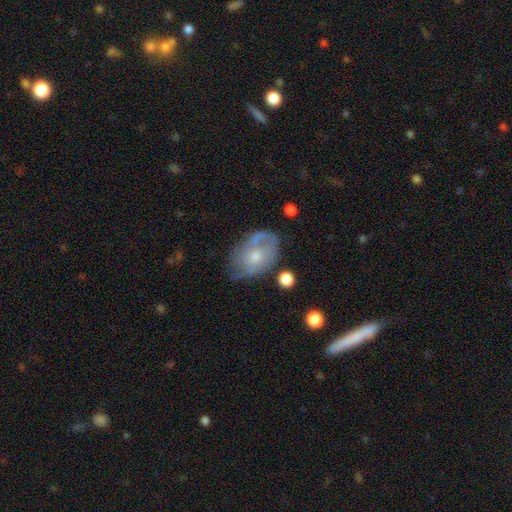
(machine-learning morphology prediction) Q: Smooth or featured?
A: featured or disk (53%); runner-up: smooth (40%)
Q: Edge-on disk?
A: no (95%); runner-up: yes (5%)
Q: Bar?
A: no (78%); runner-up: weak (19%)
Q: Spiral arms?
A: yes (61%); runner-up: no (39%)
Q: Bulge size?
A: moderate (51%); runner-up: small (40%)
Q: Merging?
A: none (50%); runner-up: minor disturbance (31%)